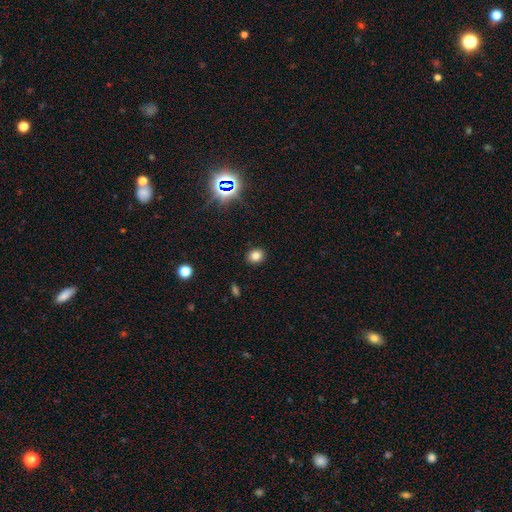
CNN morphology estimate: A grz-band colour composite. It shows a smooth galaxy with no disk features (79%) that is round (69%). Merging: none (91%).